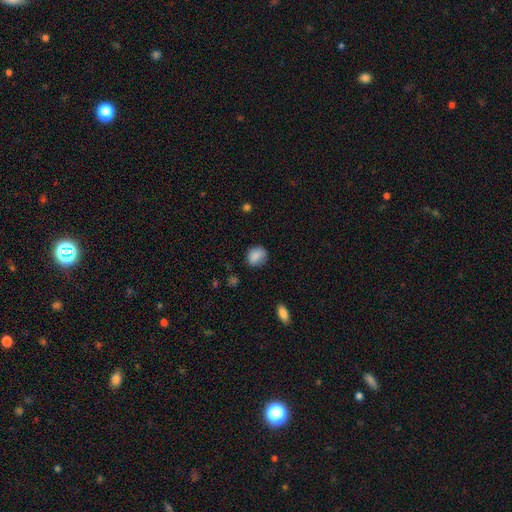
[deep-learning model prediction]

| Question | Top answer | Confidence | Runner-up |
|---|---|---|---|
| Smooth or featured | smooth | 84% | star or artifact (9%) |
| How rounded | round | 52% | in between (47%) |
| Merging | none | 76% | minor disturbance (19%) |